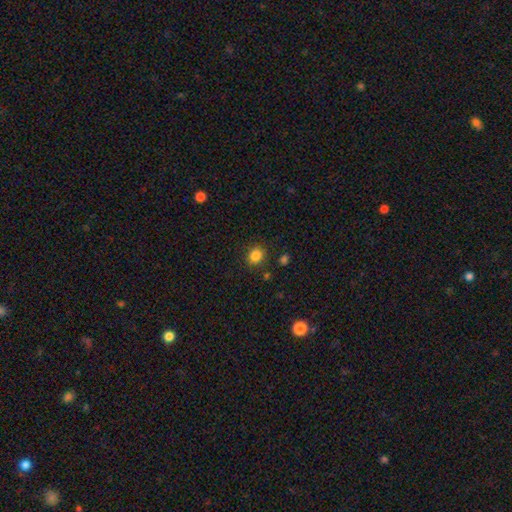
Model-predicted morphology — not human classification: A smooth galaxy with no disk features (84%) that is round (78%).

Vote fractions:
- Smooth or featured? smooth: 84% / star or artifact: 12% / featured or disk: 4%
- How rounded? round: 78% / in between: 21% / cigar-shaped: 1%
- Merging? none: 86% / minor disturbance: 8% / major disturbance: 3% / merger: 3%